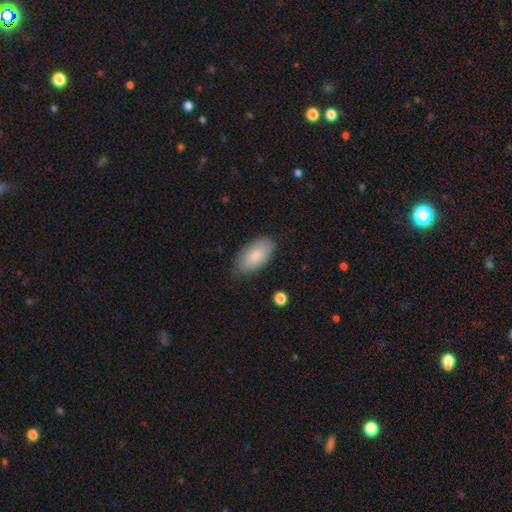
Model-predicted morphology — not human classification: This appears to be a smooth galaxy with no disk features (82%) that is in between round and cigar-shaped (94%). Merging: none (79%).